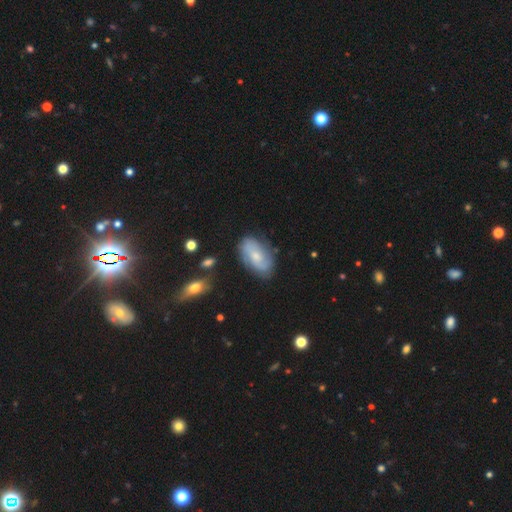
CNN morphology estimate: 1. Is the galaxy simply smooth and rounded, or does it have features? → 59% featured or disk, 34% smooth, 7% star or artifact.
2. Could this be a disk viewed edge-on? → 94% no, 6% yes.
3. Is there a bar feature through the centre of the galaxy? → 54% no, 38% weak, 8% strong.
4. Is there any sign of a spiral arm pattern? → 85% yes, 15% no.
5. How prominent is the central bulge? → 47% small, 43% moderate, 5% none, 4% large, 1% dominant.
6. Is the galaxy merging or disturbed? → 75% none, 17% minor disturbance, 5% major disturbance, 3% merger.